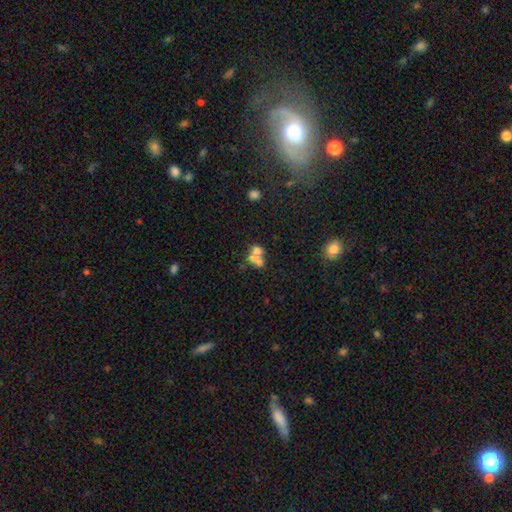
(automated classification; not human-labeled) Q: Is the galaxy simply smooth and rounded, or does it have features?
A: smooth — 55%.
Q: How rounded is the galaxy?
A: round — 63%.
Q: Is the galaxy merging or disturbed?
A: merger — 63%.